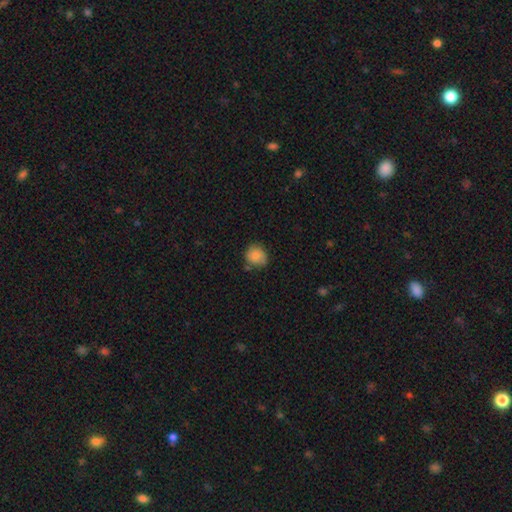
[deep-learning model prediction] The model was most divided on "merging": none: 69%, minor disturbance: 23%, merger: 4%, major disturbance: 4%. More confident: smooth or featured — smooth (82%); how rounded — round (79%).